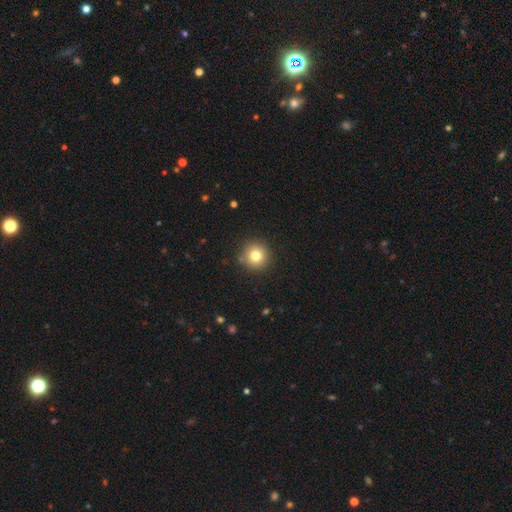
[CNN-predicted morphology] type=smooth (78%); roundness=round (96%); merging=none (90%).